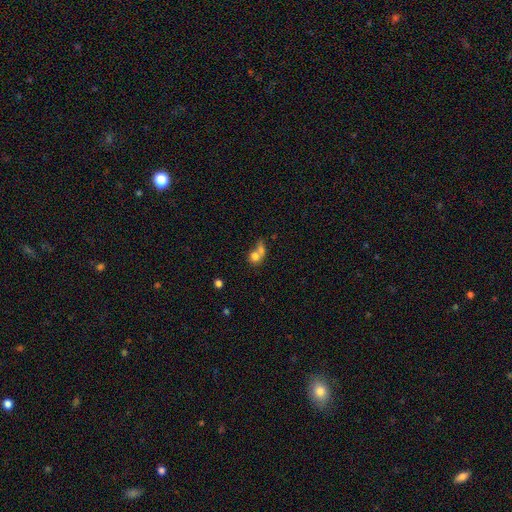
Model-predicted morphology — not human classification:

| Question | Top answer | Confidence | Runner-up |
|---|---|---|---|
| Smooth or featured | smooth | 73% | featured or disk (16%) |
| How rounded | round | 61% | in between (37%) |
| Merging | merger | 64% | none (22%) |